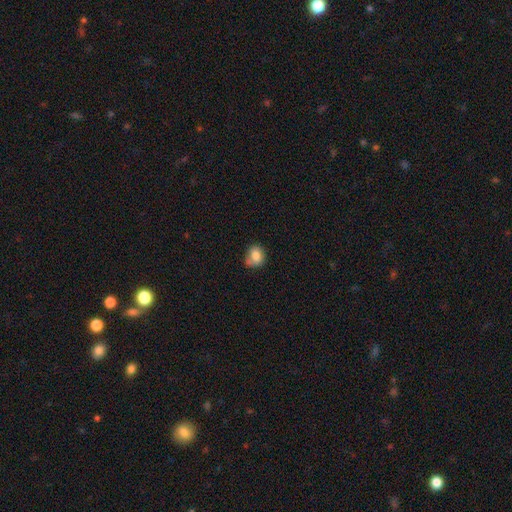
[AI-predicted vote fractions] This appears to be a smooth galaxy with no disk features (82%) that is round (65%). Merging: none (58%).